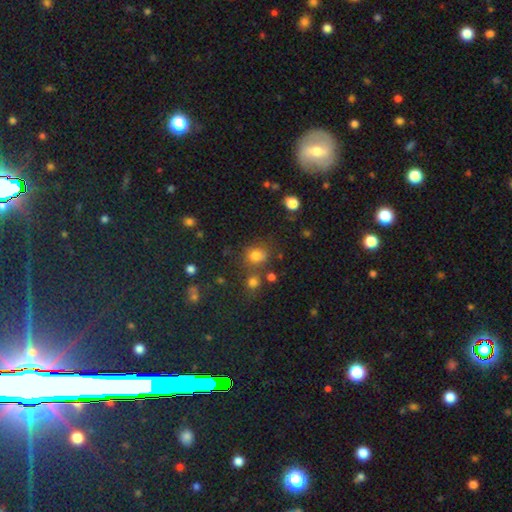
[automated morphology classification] smooth_or_featured: smooth (p=0.74) [alt: star or artifact p=0.18]
how_rounded: round (p=0.72) [alt: in between p=0.27]
merging: none (p=0.64) [alt: minor disturbance p=0.15]